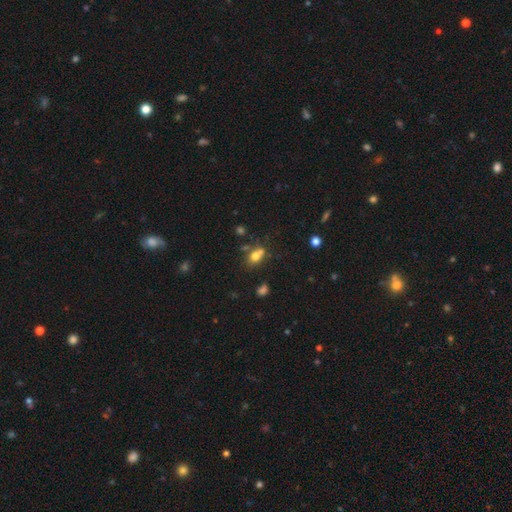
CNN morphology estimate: smooth 71%, star or artifact 15%, featured or disk 13%. Down the decision tree: how rounded — round (51%); merging — none (46%).